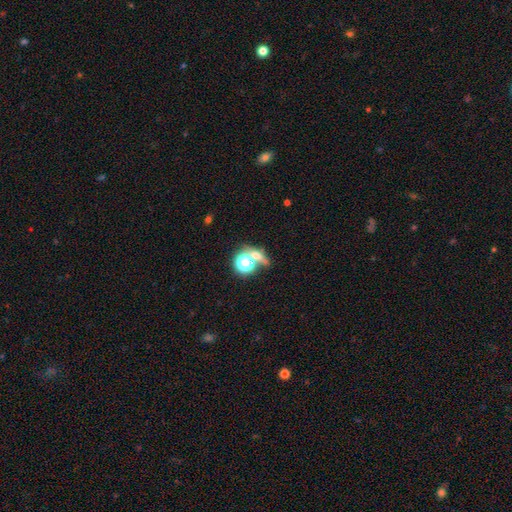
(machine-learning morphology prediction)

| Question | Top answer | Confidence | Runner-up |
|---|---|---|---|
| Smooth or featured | smooth | 46% | star or artifact (34%) |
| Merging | none | 56% | merger (28%) |